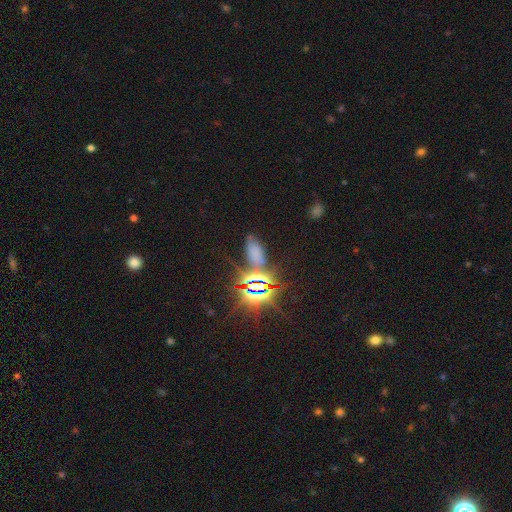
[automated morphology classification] The model was most divided on "smooth or featured": star or artifact: 59%, smooth: 30%, featured or disk: 11%.